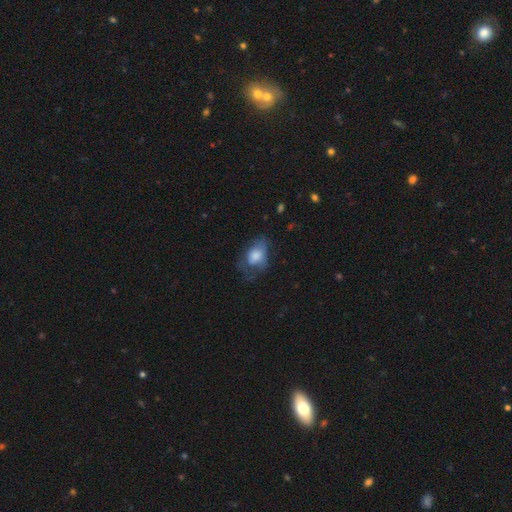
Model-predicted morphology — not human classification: Smooth or featured? Predicted: smooth (p=0.67). How rounded? Predicted: in between (p=0.79). Merging? Predicted: major disturbance (p=0.35).